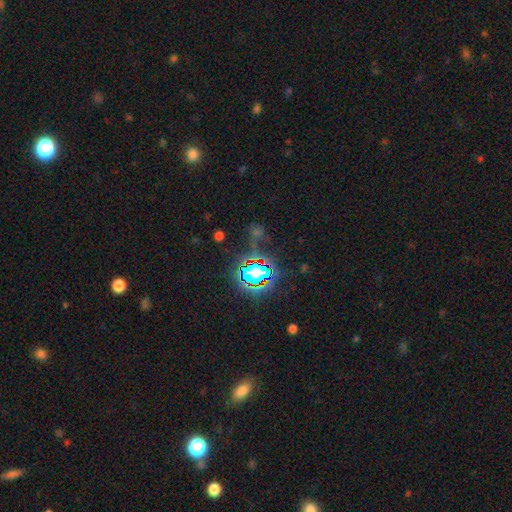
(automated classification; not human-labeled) Smooth or featured?
  - star or artifact: 78% *
  - smooth: 14%
  - featured or disk: 8%